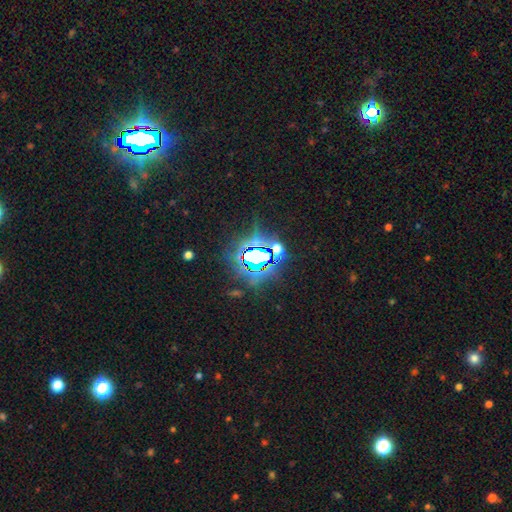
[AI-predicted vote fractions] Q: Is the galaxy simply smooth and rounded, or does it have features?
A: star or artifact — 78%.